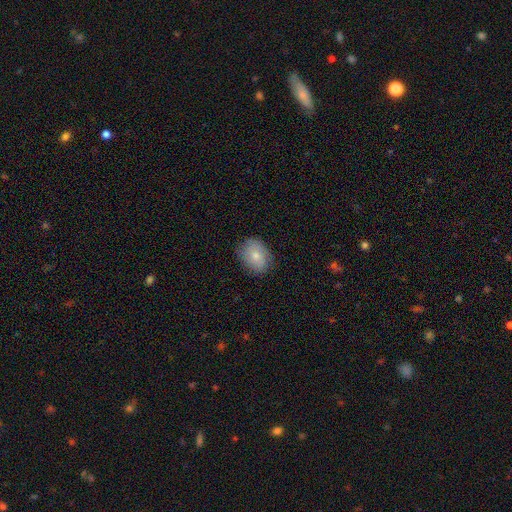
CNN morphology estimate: Smooth or featured: smooth — 77% (featured or disk — 16%)
How rounded: in between — 63% (round — 36%)
Merging: none — 80% (minor disturbance — 16%)